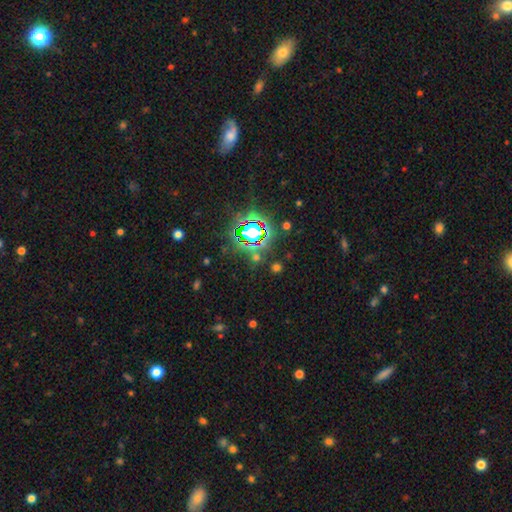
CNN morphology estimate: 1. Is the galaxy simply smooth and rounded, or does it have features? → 77% star or artifact, 15% smooth, 8% featured or disk.